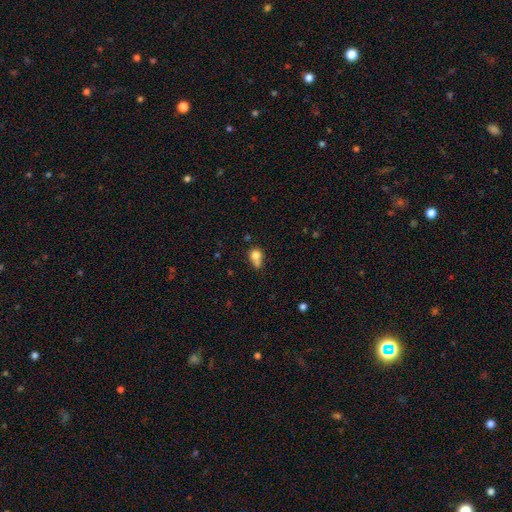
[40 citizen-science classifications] Smooth or featured: smooth — 82% (featured or disk — 10%)
How rounded: round — 55% (in between — 42%)
Merging: merger — 41% (minor disturbance — 24%)